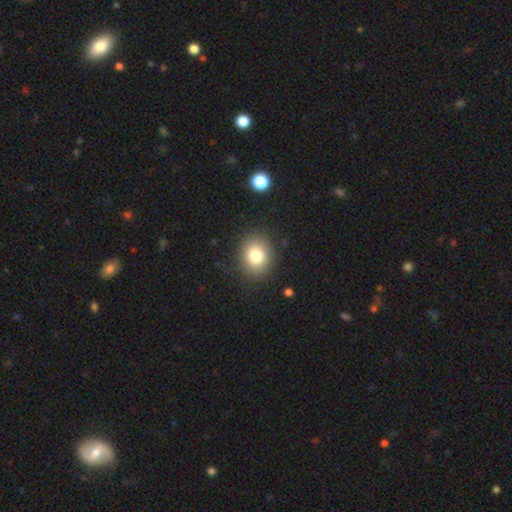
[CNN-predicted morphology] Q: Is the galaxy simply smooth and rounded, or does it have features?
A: smooth — 81%.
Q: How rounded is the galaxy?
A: round — 58%.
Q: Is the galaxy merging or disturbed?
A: none — 87%.